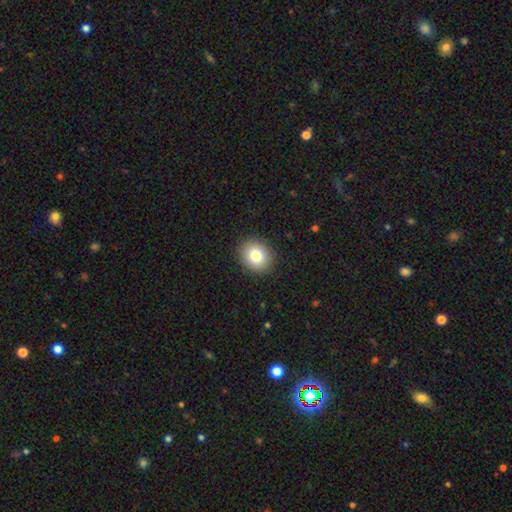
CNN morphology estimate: Q: Smooth or featured?
A: smooth (81%); runner-up: star or artifact (10%)
Q: How rounded?
A: round (69%); runner-up: in between (31%)
Q: Merging?
A: none (91%); runner-up: minor disturbance (6%)